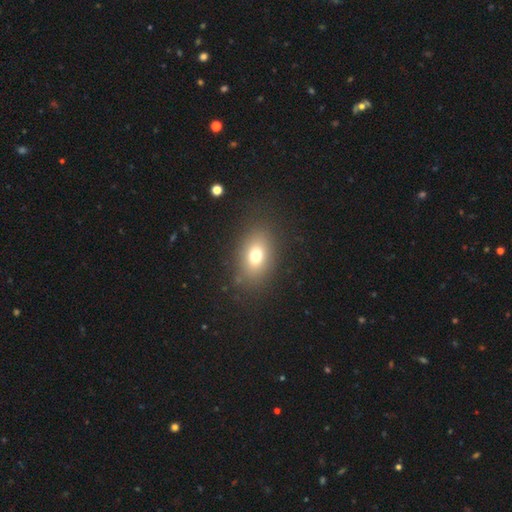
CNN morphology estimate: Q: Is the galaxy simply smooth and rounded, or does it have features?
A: smooth — 73%.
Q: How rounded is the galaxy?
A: in between — 77%.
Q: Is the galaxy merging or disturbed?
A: none — 84%.